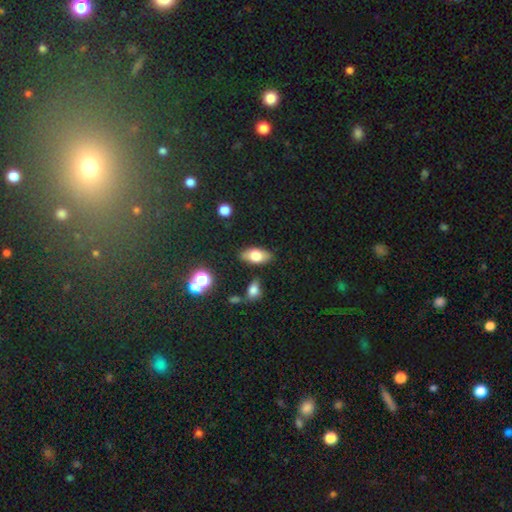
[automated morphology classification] This appears to be a smooth galaxy with no disk features (71%) that is in between round and cigar-shaped (89%). Merging: none (82%).